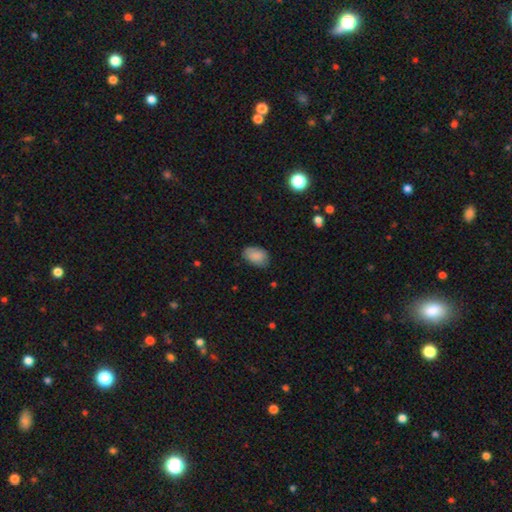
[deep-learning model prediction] smooth-or-featured: smooth: 87% | star or artifact: 7% | featured or disk: 6%
  how-rounded: in between: 88% | round: 11% | cigar-shaped: 1%
  merging: none: 77% | minor disturbance: 19% | major disturbance: 3% | merger: 1%